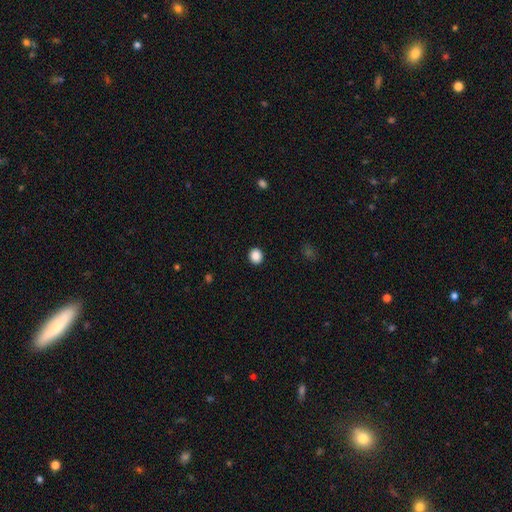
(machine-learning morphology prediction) smooth-or-featured: smooth: 88% | star or artifact: 9% | featured or disk: 3%
  how-rounded: round: 78% | in between: 22% | cigar-shaped: 1%
  merging: none: 92% | minor disturbance: 5% | major disturbance: 2% | merger: 1%